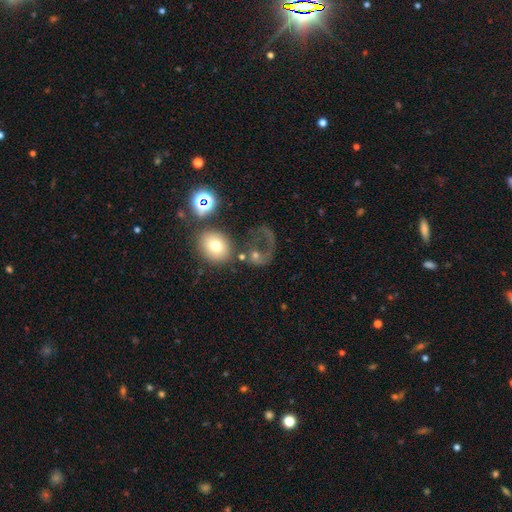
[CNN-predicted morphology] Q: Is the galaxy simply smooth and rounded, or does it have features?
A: smooth — 47%.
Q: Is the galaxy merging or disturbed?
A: major disturbance — 46%.